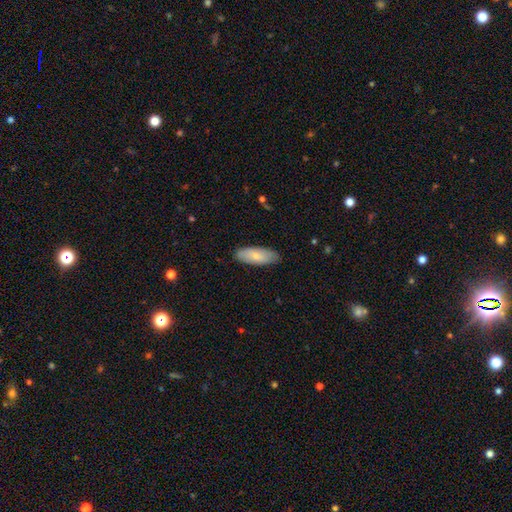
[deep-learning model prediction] This appears to be a smooth galaxy with no disk features (73%) that is in between round and cigar-shaped (79%). Merging: none (83%).